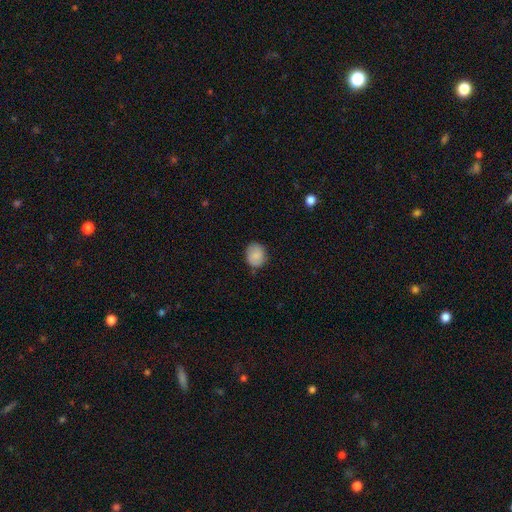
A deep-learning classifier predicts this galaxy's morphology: A smooth galaxy with no disk features (82%) that is round (66%). Merging: none (79%).